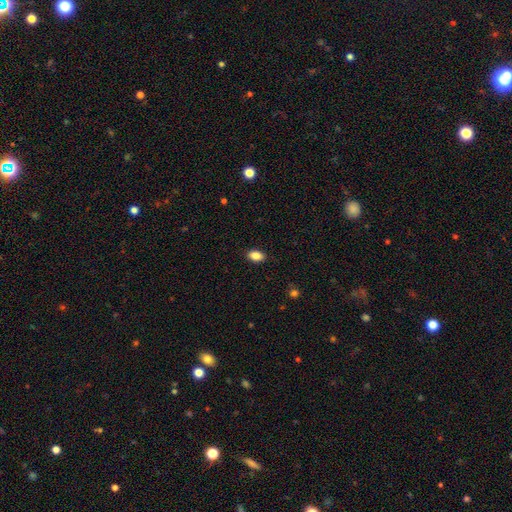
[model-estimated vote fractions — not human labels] Overall: smooth (86%). How rounded: in between (89%). Merging: none (88%).